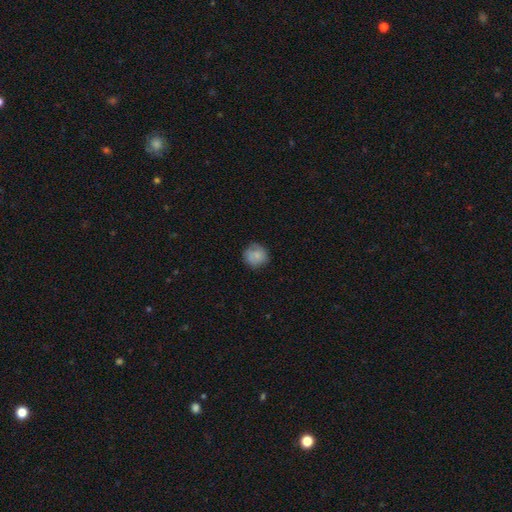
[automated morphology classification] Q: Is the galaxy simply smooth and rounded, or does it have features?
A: smooth — 78%.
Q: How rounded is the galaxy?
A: round — 89%.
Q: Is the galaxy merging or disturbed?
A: none — 74%.